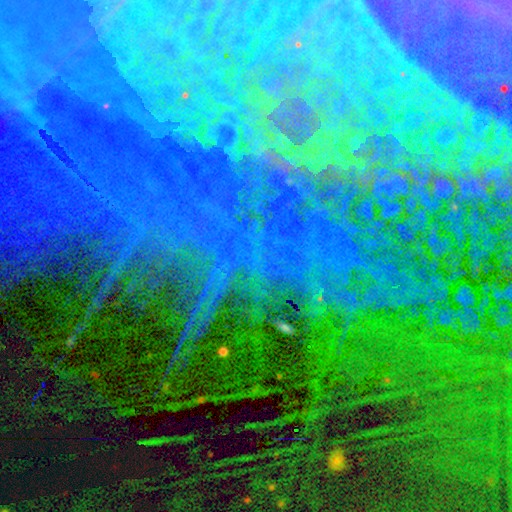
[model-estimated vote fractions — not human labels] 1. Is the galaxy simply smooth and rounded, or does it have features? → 82% star or artifact, 10% featured or disk, 8% smooth.